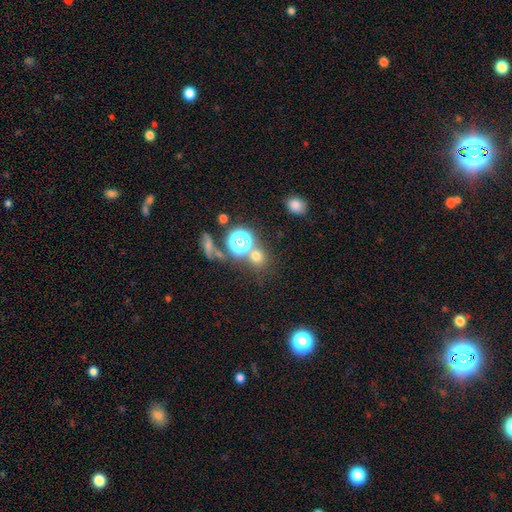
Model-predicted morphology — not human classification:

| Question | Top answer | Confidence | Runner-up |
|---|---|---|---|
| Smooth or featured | smooth | 66% | star or artifact (26%) |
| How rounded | round | 85% | in between (14%) |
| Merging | none | 64% | merger (21%) |